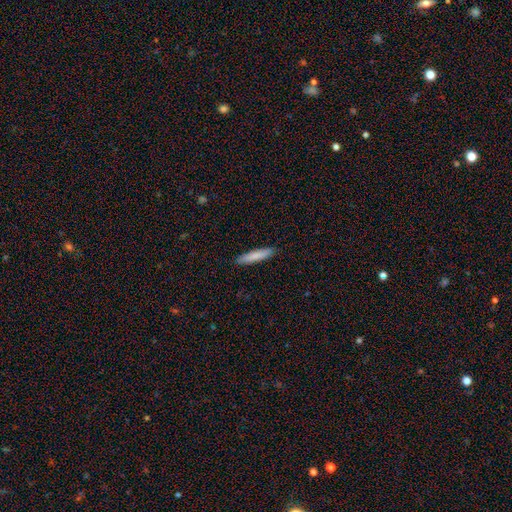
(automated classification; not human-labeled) smooth-or-featured: smooth: 84% | featured or disk: 11% | star or artifact: 6%
  how-rounded: cigar-shaped: 89% | in between: 9% | round: 1%
  merging: none: 91% | minor disturbance: 7% | major disturbance: 1% | merger: 1%